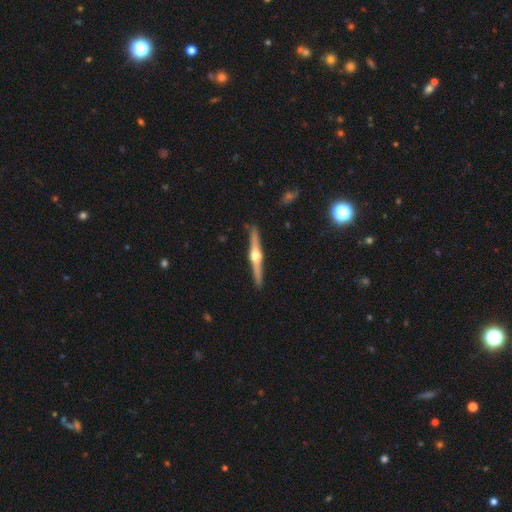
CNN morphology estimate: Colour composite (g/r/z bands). It shows a featured or disk galaxy (80%) viewed edge-on (98%) with a rounded central bulge (96%). Merging: none (91%).